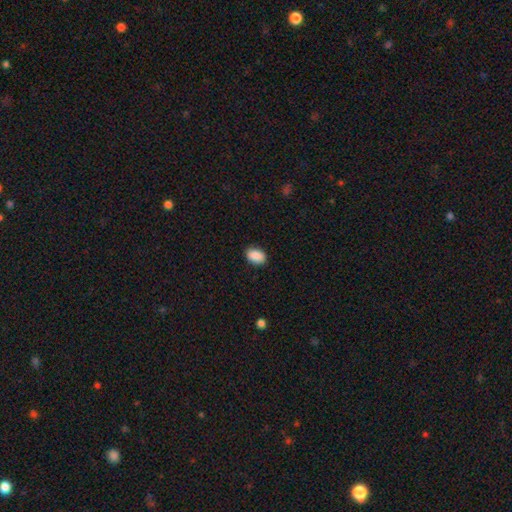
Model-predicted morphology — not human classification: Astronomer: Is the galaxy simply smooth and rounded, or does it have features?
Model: smooth — 90%.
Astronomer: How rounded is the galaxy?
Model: in between — 87%.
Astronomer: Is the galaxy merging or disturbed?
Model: none — 88%.